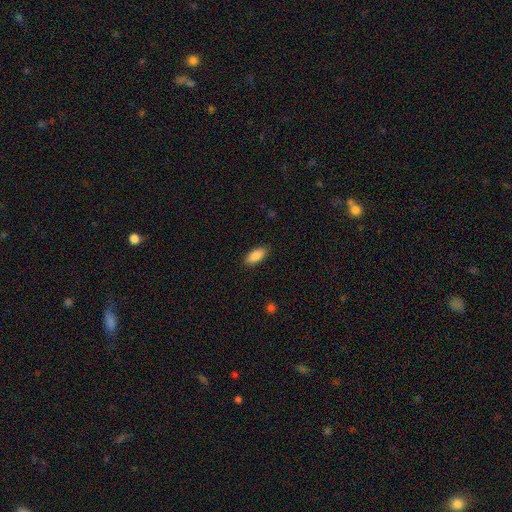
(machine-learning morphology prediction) type=smooth (89%); roundness=in between (88%); merging=none (88%).